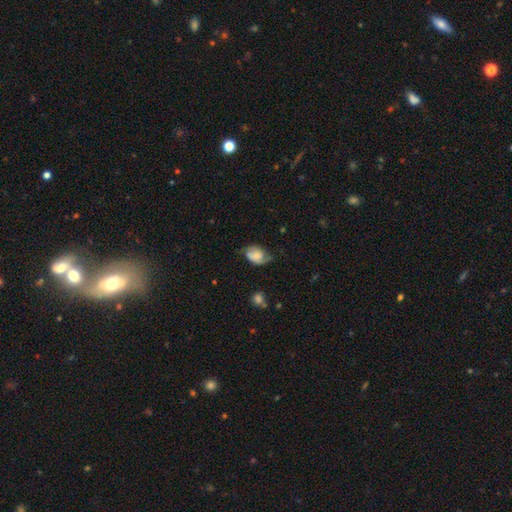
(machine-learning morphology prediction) Smooth or featured?
  - smooth: 50% *
  - featured or disk: 42%
  - star or artifact: 8%
How rounded?
  - in between: 76% *
  - round: 23%
  - cigar-shaped: 1%
Merging?
  - none: 44% *
  - minor disturbance: 37%
  - major disturbance: 17%
  - merger: 3%